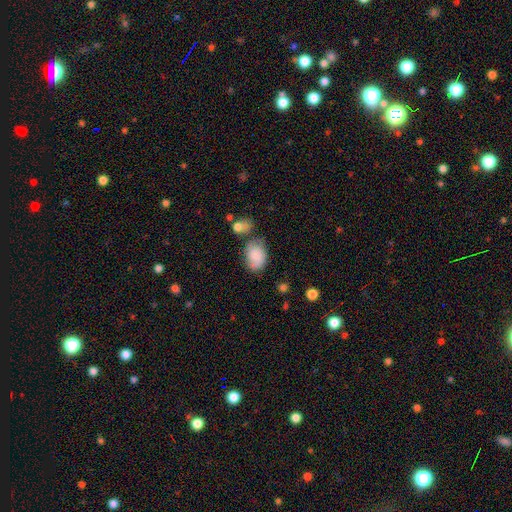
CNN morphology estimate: Q: Smooth or featured?
A: smooth (72%); runner-up: featured or disk (20%)
Q: How rounded?
A: in between (80%); runner-up: round (19%)
Q: Merging?
A: none (53%); runner-up: minor disturbance (26%)